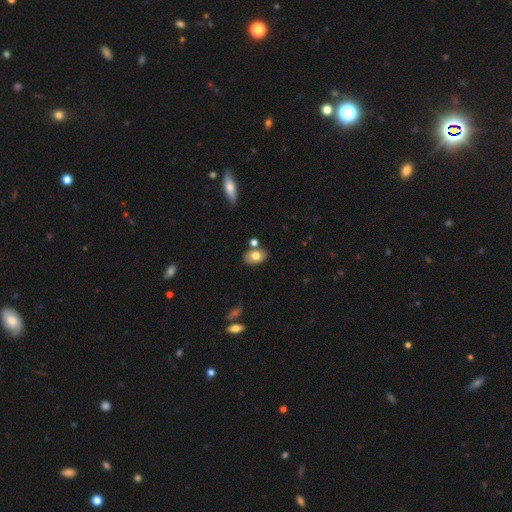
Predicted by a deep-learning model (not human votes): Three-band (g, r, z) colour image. It shows a smooth galaxy with no disk features (76%) that is in between round and cigar-shaped (85%). Merging: none (72%).